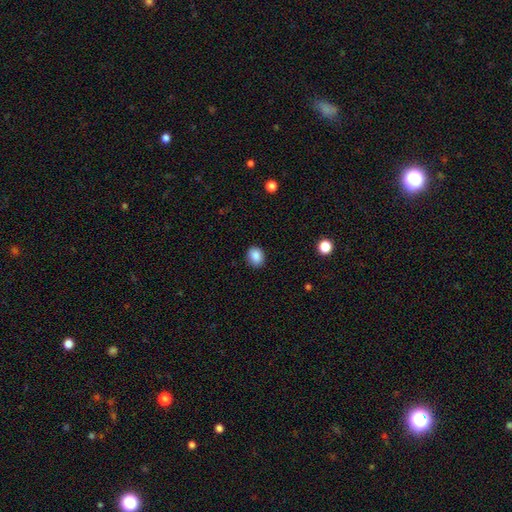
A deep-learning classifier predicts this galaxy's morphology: type=smooth (87%); roundness=round (51%); merging=none (88%).